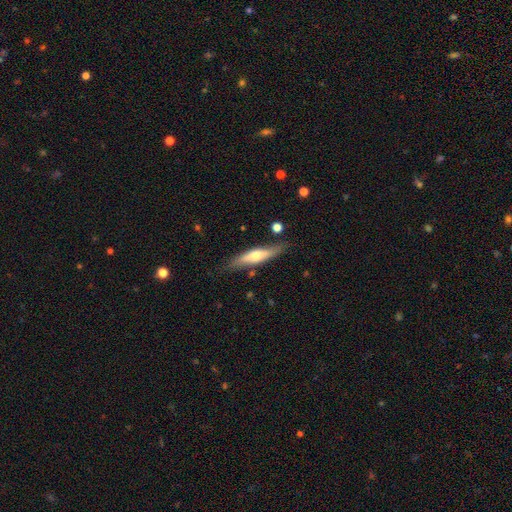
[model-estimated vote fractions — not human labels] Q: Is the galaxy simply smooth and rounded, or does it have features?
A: featured or disk — 48%.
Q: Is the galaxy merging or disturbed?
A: none — 77%.